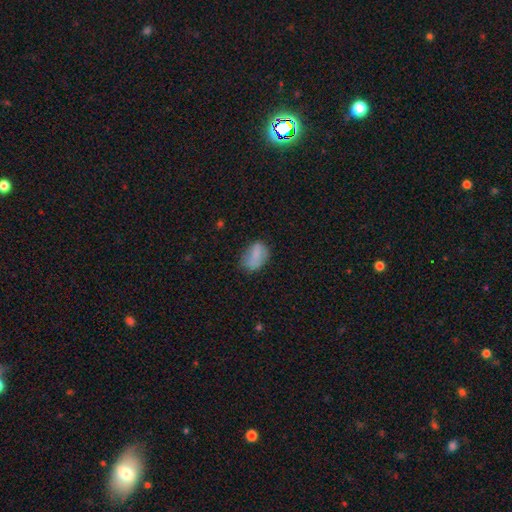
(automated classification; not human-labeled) A smooth galaxy with no disk features (76%) that is in between round and cigar-shaped (81%).

Vote fractions:
- Smooth or featured? smooth: 76% / featured or disk: 15% / star or artifact: 9%
- How rounded? in between: 81% / round: 17% / cigar-shaped: 2%
- Merging? none: 60% / minor disturbance: 28% / major disturbance: 9% / merger: 3%